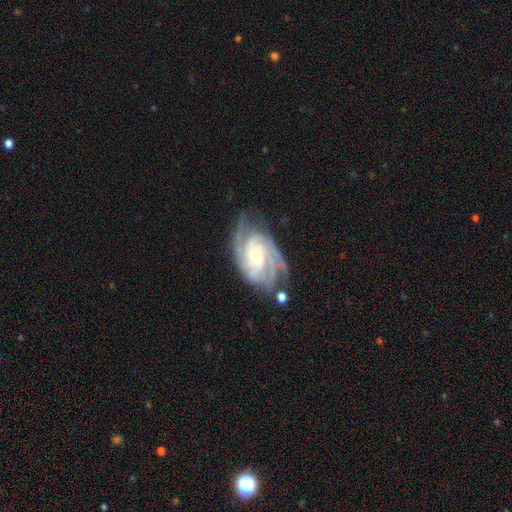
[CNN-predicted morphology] This appears to be a featured or disk galaxy (90%) with no bar (60%), 3 (34%) tight (63%) spiral arms (98%) and a small central bulge (54%). Merging: none (69%).